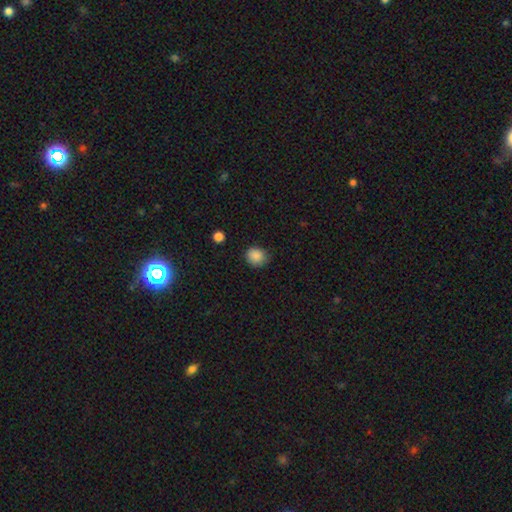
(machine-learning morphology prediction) This appears to be a smooth galaxy with no disk features (87%) that is round (78%). Merging: none (80%).